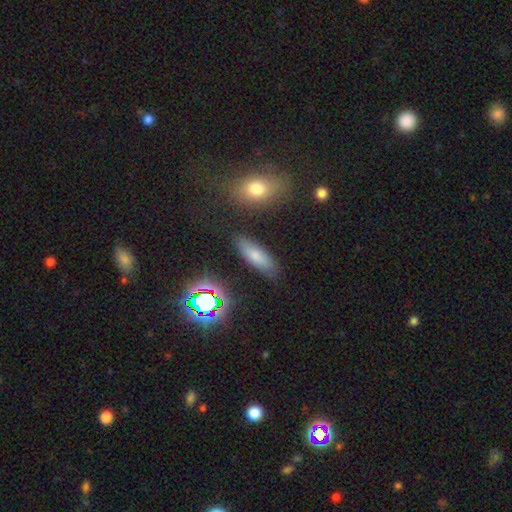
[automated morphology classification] smooth 70%, featured or disk 17%, star or artifact 13%. Down the decision tree: how rounded — in between (61%); merging — none (82%).